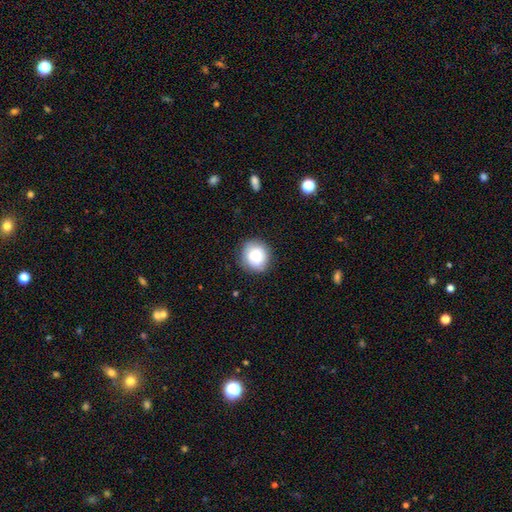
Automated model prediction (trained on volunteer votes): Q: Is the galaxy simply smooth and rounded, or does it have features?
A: smooth — 78%.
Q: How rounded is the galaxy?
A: round — 84%.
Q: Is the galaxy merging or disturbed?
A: none — 85%.